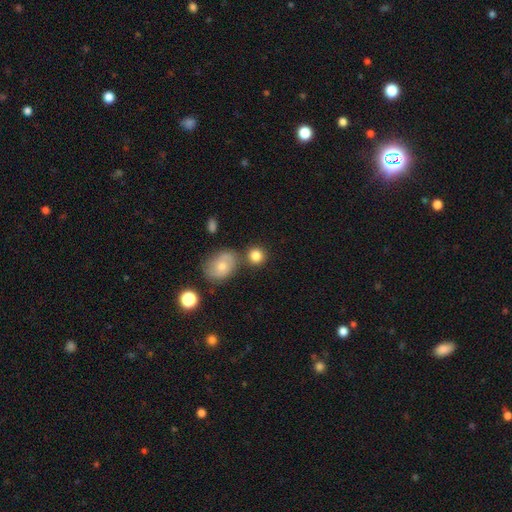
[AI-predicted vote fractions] smooth-or-featured: smooth: 81% | star or artifact: 9% | featured or disk: 9%
  how-rounded: round: 83% | in between: 16% | cigar-shaped: 1%
  merging: none: 69% | merger: 16% | minor disturbance: 11% | major disturbance: 4%